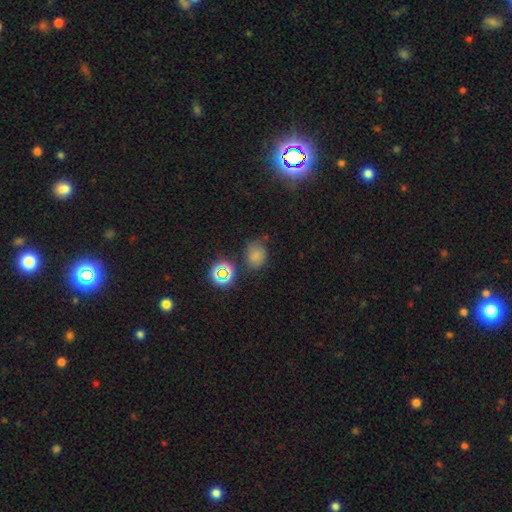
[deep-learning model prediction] smooth-or-featured: smooth: 68% | star or artifact: 23% | featured or disk: 9%
  how-rounded: round: 61% | in between: 37% | cigar-shaped: 1%
  merging: none: 61% | minor disturbance: 24% | major disturbance: 8% | merger: 7%